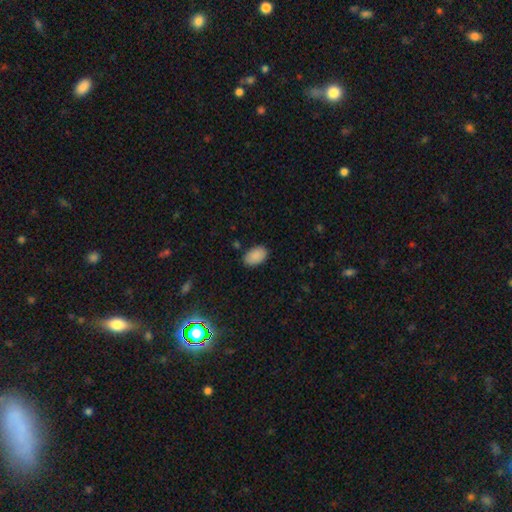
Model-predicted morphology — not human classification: Overall: smooth (89%). How rounded: in between (91%). Merging: none (84%).